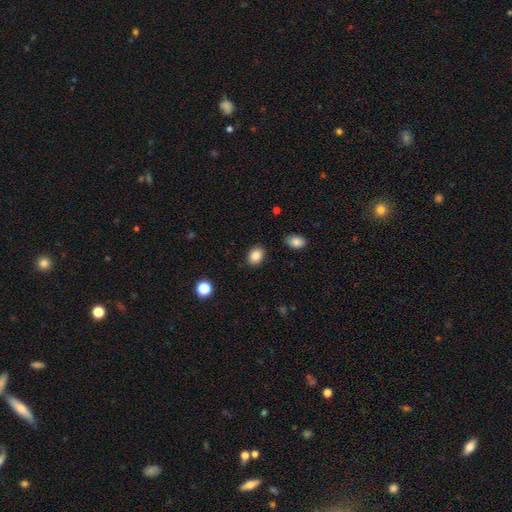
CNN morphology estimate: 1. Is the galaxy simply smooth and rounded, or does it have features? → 87% smooth, 9% star or artifact, 4% featured or disk.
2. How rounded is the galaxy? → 70% in between, 29% round, 1% cigar-shaped.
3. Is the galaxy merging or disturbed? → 85% none, 10% minor disturbance, 3% major disturbance, 2% merger.